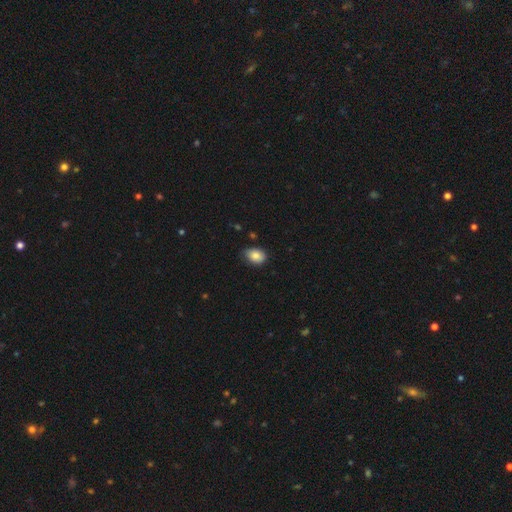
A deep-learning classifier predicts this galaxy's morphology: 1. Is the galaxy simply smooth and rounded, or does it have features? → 85% smooth, 8% star or artifact, 7% featured or disk.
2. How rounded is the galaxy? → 74% in between, 24% round, 1% cigar-shaped.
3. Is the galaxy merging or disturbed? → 70% none, 26% minor disturbance, 3% major disturbance, 1% merger.